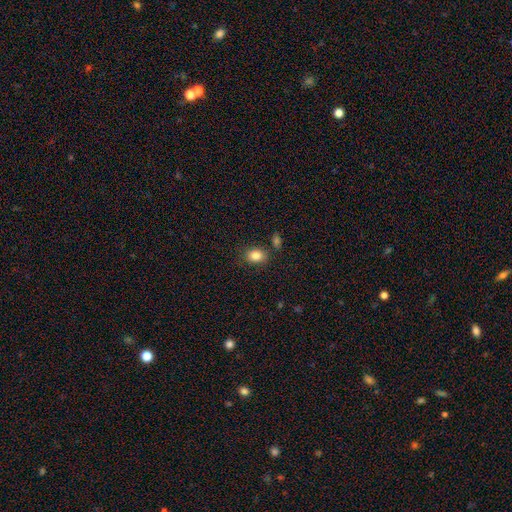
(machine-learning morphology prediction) This appears to be a smooth galaxy with no disk features (85%) that is in between round and cigar-shaped (64%). Merging: none (76%).